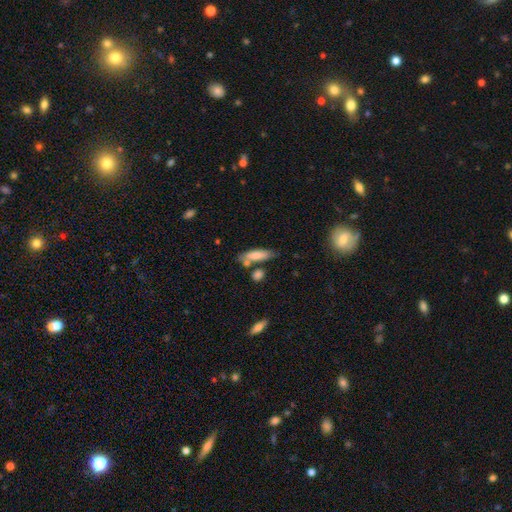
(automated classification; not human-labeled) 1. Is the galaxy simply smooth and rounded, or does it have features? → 77% smooth, 16% featured or disk, 7% star or artifact.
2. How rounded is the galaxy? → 49% cigar-shaped (tied), 49% in between (tied), 2% round.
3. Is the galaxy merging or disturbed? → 61% none, 17% merger, 17% minor disturbance, 5% major disturbance.